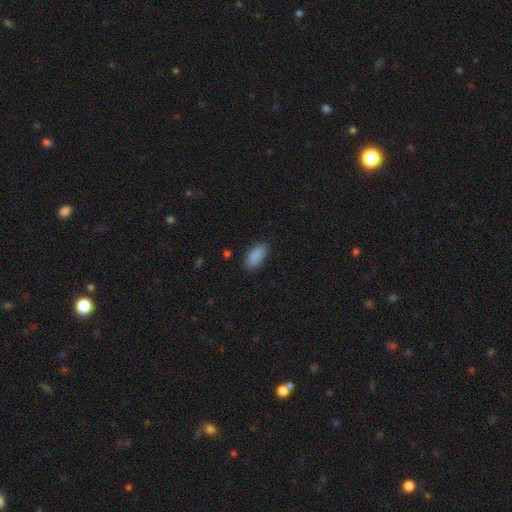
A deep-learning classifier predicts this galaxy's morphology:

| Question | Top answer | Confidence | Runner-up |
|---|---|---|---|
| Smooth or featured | smooth | 89% | star or artifact (7%) |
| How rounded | in between | 87% | cigar-shaped (11%) |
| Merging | none | 85% | minor disturbance (12%) |